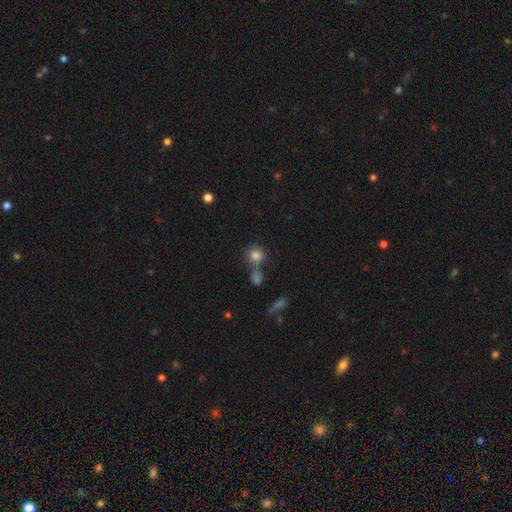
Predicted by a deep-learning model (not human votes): Morphology: type=smooth (82%); roundness=round (86%); merging=none (55%).